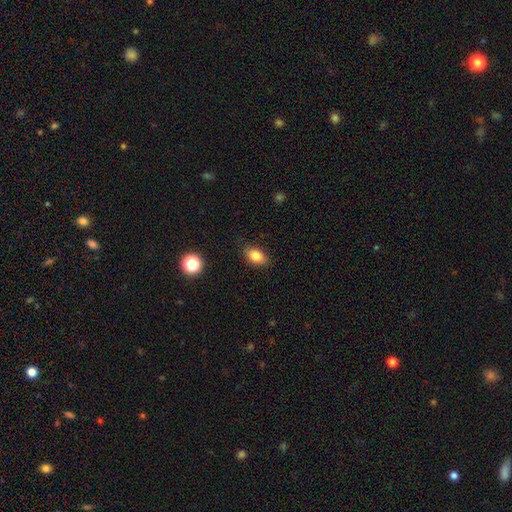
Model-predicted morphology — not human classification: The model was most divided on "merging": none: 85%, minor disturbance: 12%, major disturbance: 3%, merger: 1%. More confident: how rounded — in between (87%); smooth or featured — smooth (83%).